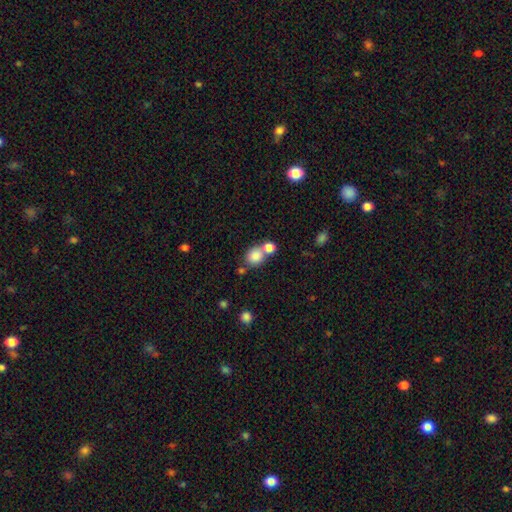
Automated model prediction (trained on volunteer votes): This appears to be a smooth galaxy with no disk features (82%) that is round (74%). Merging: none (46%).